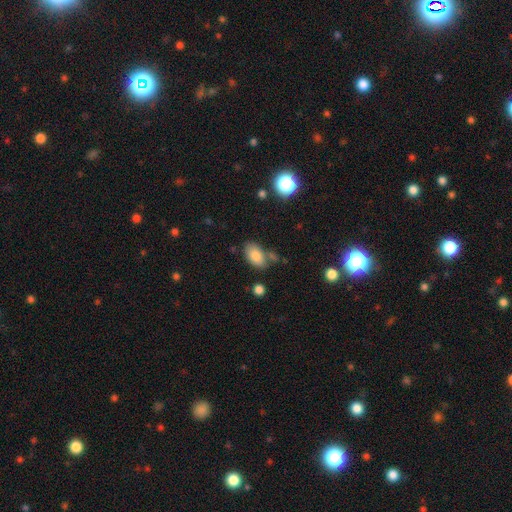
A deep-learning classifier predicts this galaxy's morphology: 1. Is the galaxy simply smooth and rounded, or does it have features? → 83% smooth, 9% featured or disk, 8% star or artifact.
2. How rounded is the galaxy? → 92% in between, 6% round, 2% cigar-shaped.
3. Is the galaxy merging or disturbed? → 65% none, 18% minor disturbance, 12% merger, 5% major disturbance.